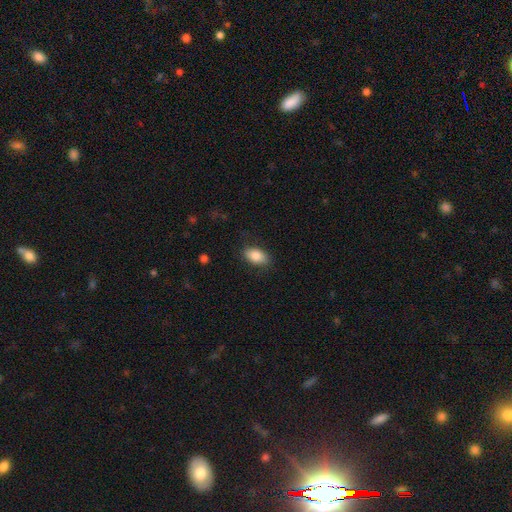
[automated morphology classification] Smooth or featured? smooth (84%)
How rounded? in between (91%)
Merging? none (84%)